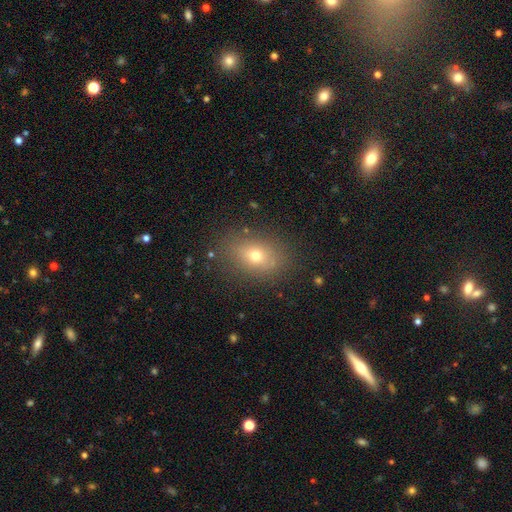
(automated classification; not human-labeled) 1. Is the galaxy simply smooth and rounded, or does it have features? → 68% smooth, 17% featured or disk, 15% star or artifact.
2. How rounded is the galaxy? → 70% in between, 28% round, 2% cigar-shaped.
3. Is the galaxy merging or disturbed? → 82% none, 12% minor disturbance, 5% major disturbance, 2% merger.